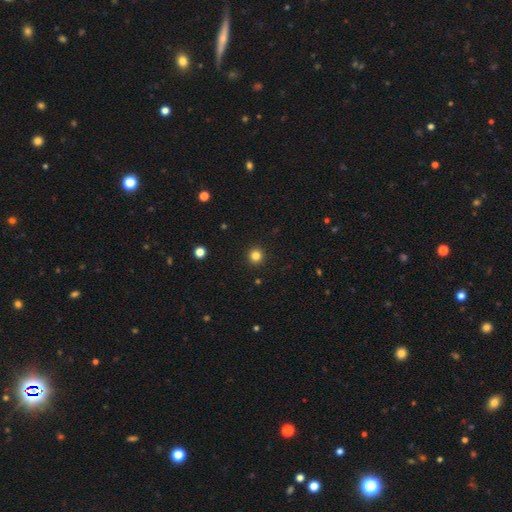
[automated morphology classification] Overall: smooth (83%). How rounded: round (95%). Merging: none (93%).